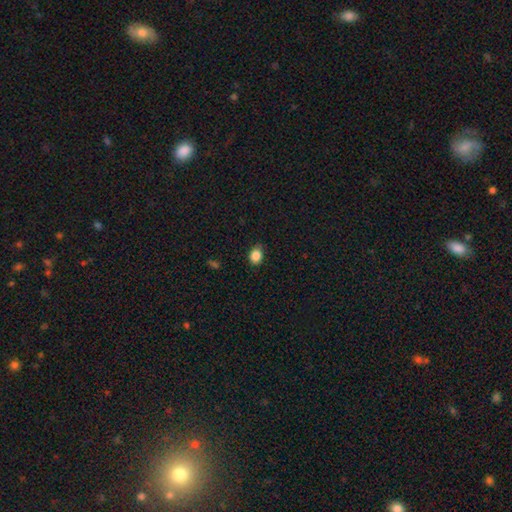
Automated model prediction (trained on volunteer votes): This appears to be a smooth galaxy with no disk features (86%) that is in between round and cigar-shaped (59%). Merging: none (83%).